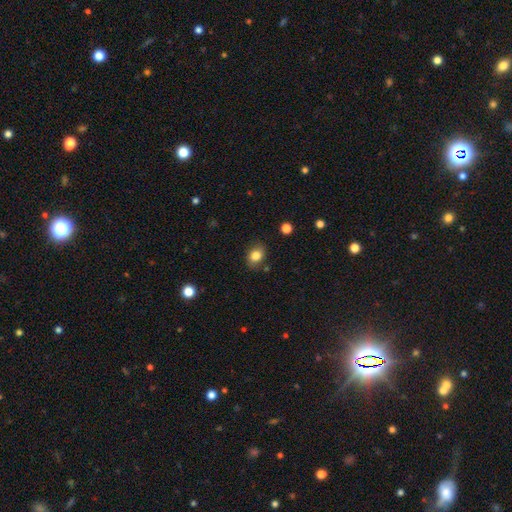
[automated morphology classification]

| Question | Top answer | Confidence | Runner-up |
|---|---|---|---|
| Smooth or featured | smooth | 83% | star or artifact (10%) |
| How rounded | in between | 57% | round (42%) |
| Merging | none | 81% | minor disturbance (14%) |